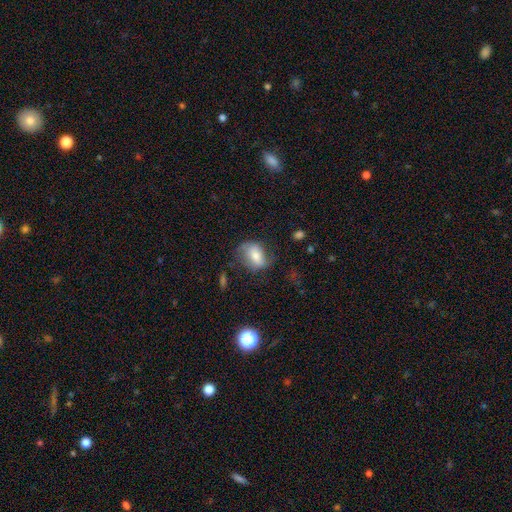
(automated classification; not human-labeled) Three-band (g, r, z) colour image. It shows a smooth galaxy with no disk features (49%). Merging: none (54%).